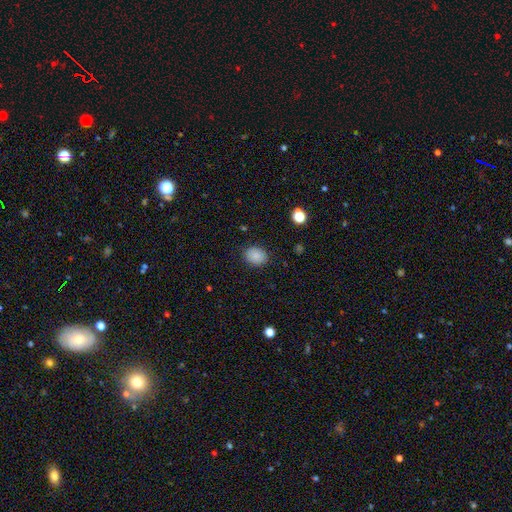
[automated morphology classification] A smooth galaxy with no disk features (86%) that is round (51%). Merging: none (87%).